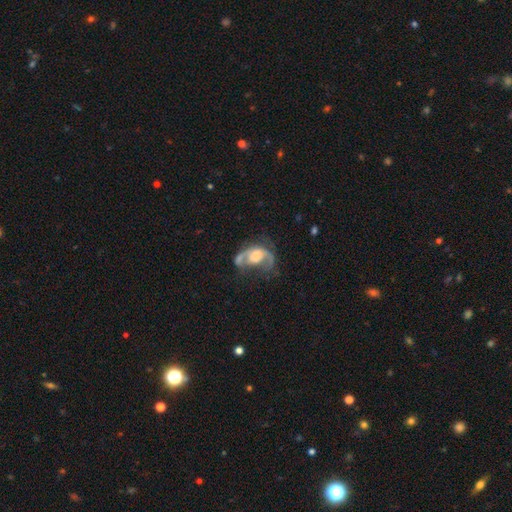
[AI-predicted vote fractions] smooth-or-featured: featured or disk: 67% | smooth: 25% | star or artifact: 8%
  disk-edge-on: no: 96% | yes: 4%
    bar: no: 65% | weak: 26% | strong: 8%
    has-spiral-arms: yes: 70% | no: 30%
    bulge-size: large: 37% | moderate: 29% | none: 15% | small: 13% | dominant: 6%
  merging: major disturbance: 41% | none: 29% | minor disturbance: 19% | merger: 11%